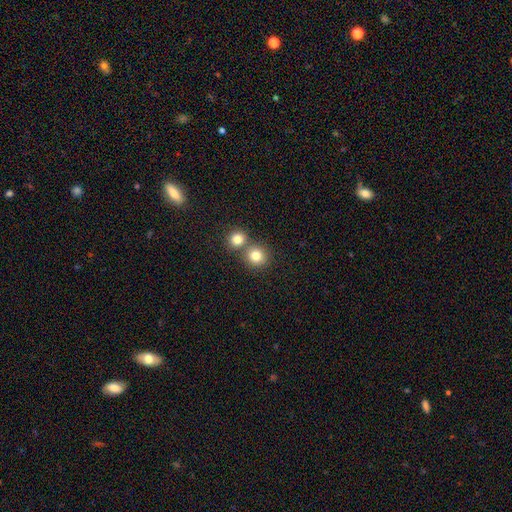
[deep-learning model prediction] This is clearly a smooth galaxy (81%). How rounded: clearly round (90%). Merging: likely none (62%).